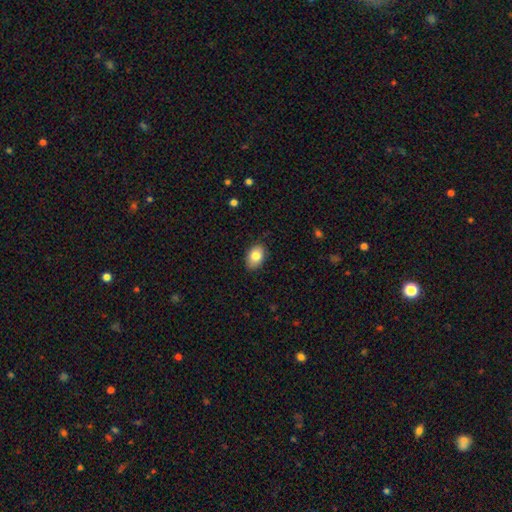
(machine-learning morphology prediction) Q: Smooth or featured?
A: smooth (83%); runner-up: featured or disk (10%)
Q: How rounded?
A: in between (86%); runner-up: round (13%)
Q: Merging?
A: none (84%); runner-up: minor disturbance (13%)